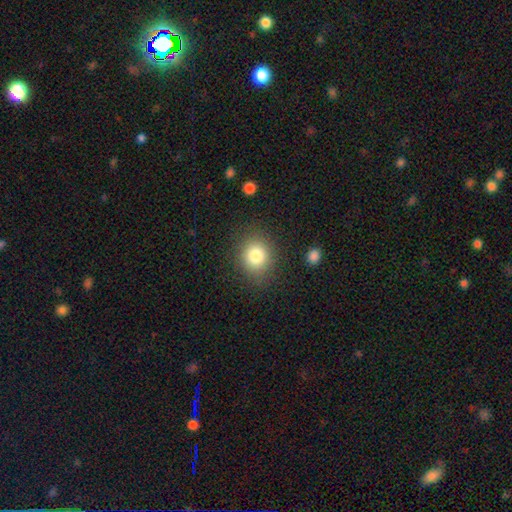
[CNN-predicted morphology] Q: Smooth or featured?
A: smooth (80%); runner-up: star or artifact (11%)
Q: How rounded?
A: round (76%); runner-up: in between (23%)
Q: Merging?
A: none (84%); runner-up: minor disturbance (10%)